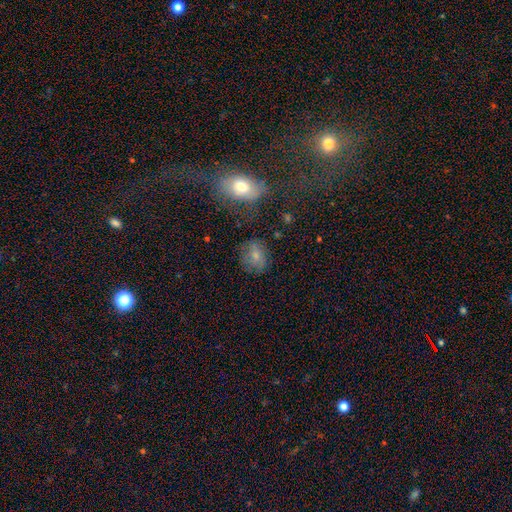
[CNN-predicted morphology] A smooth galaxy with no disk features (70%) that is round (57%).

Vote fractions:
- Smooth or featured? smooth: 70% / featured or disk: 18% / star or artifact: 12%
- How rounded? round: 57% / in between: 42% / cigar-shaped: 1%
- Merging? none: 69% / minor disturbance: 18% / major disturbance: 8% / merger: 5%